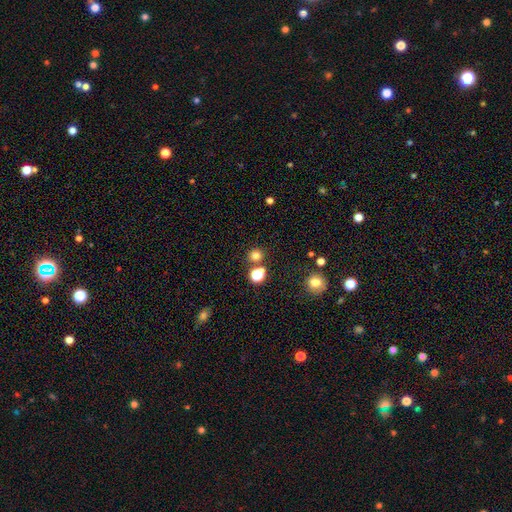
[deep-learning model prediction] Morphology: type=smooth (76%); roundness=round (87%); merging=none (76%).